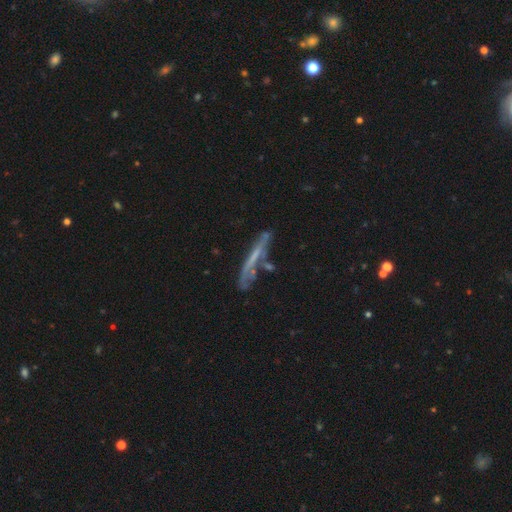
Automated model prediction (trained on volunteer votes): A featured or disk galaxy (52%) viewed edge-on (71%). Merging: none (55%).